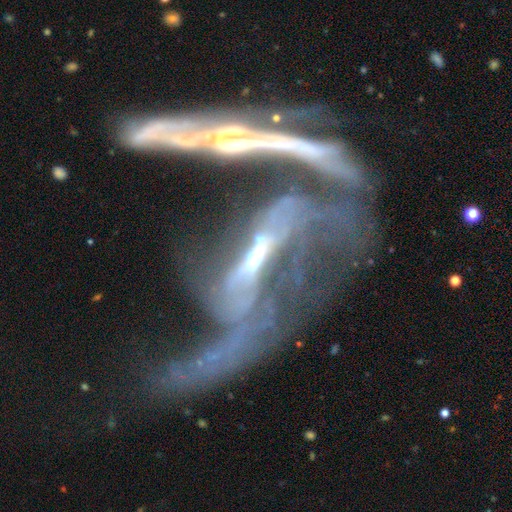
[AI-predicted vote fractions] The model was most divided on "bulge size": small: 38%, moderate: 35%, none: 18%, large: 6%, dominant: 3%. More confident: smooth or featured — featured or disk (74%); edge-on disk — no (71%); spiral arms — yes (60%); merging — merger (59%); bar — no (54%).